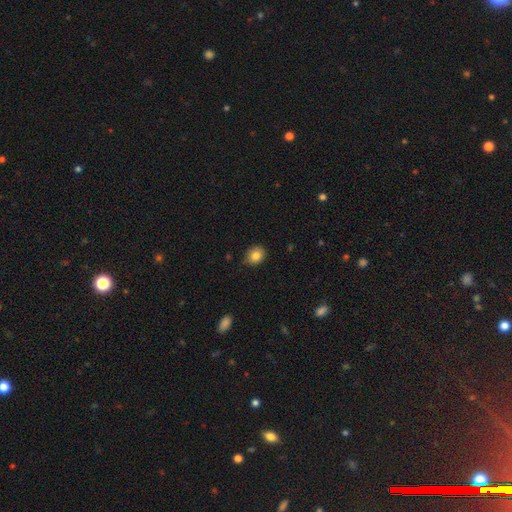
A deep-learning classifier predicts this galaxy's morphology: A smooth galaxy with no disk features (82%) that is round (62%).

Vote fractions:
- Smooth or featured? smooth: 82% / star or artifact: 10% / featured or disk: 8%
- How rounded? round: 62% / in between: 37% / cigar-shaped: 1%
- Merging? none: 77% / minor disturbance: 19% / major disturbance: 3% / merger: 1%